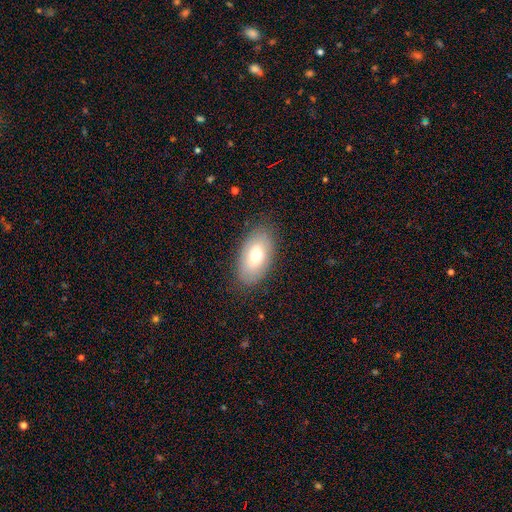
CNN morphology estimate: Smooth or featured? smooth (68%)
How rounded? in between (93%)
Merging? none (84%)